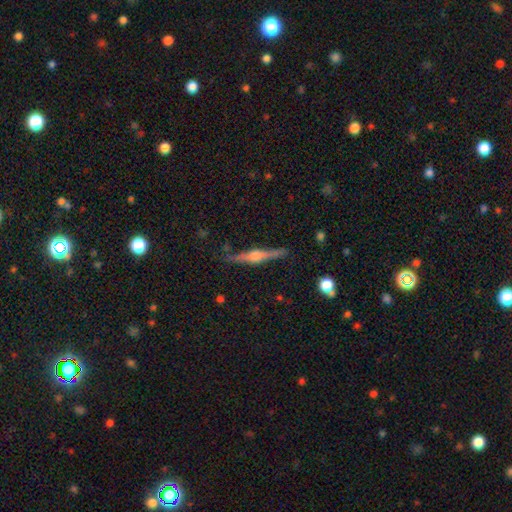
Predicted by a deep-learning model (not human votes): Smooth or featured?
  - featured or disk: 79% *
  - smooth: 15%
  - star or artifact: 6%
Edge-on disk?
  - yes: 98% *
  - no: 2%
Edge-on bulge?
  - rounded: 89% *
  - boxy: 8%
  - none: 3%
Merging?
  - none: 86% *
  - minor disturbance: 10%
  - major disturbance: 2%
  - merger: 2%